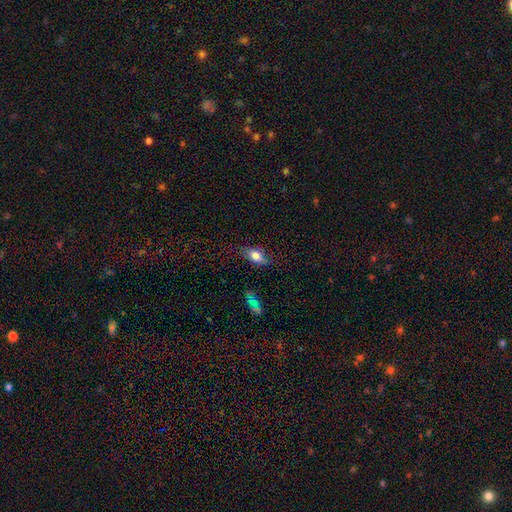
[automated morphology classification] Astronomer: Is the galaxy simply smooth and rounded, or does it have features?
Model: smooth — 74%.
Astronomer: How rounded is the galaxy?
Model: in between — 79%.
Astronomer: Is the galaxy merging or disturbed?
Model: none — 69%.